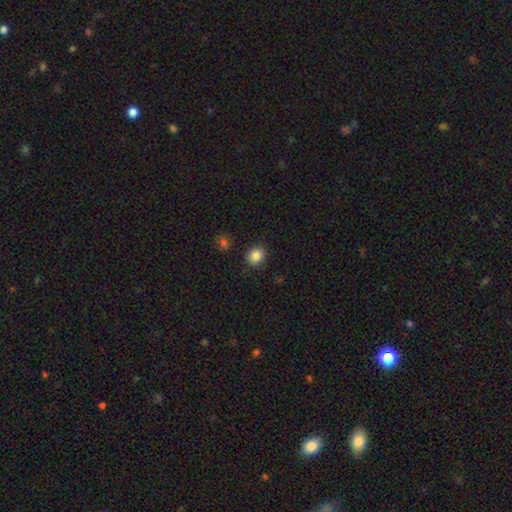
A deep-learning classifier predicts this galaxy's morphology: Smooth or featured: smooth — 86% (star or artifact — 10%)
How rounded: round — 73% (in between — 26%)
Merging: none — 87% (minor disturbance — 9%)